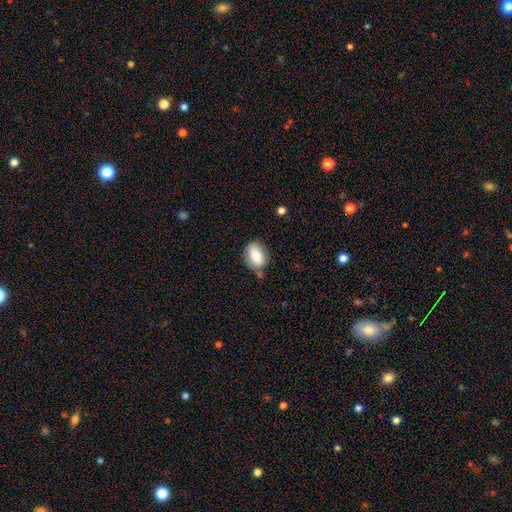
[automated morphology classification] type=smooth (78%); roundness=in between (82%); merging=none (67%).